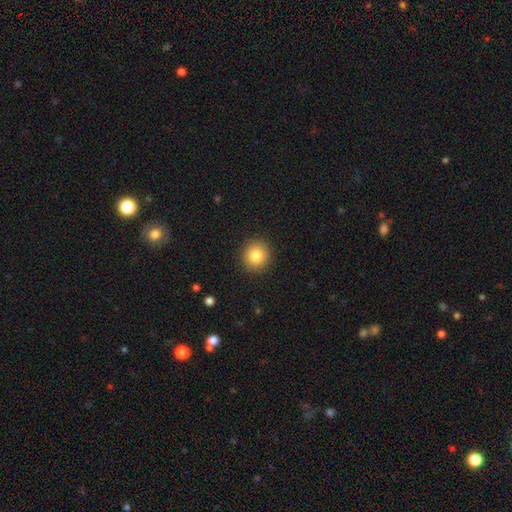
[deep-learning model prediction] Smooth or featured? Predicted: smooth (p=0.84). How rounded? Predicted: round (p=0.92). Merging? Predicted: none (p=0.92).